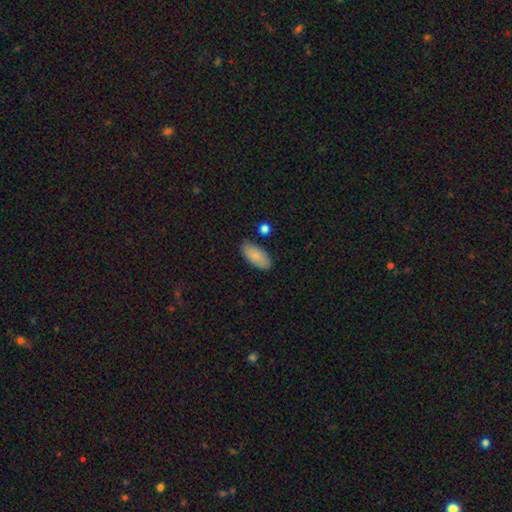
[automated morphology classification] A smooth galaxy with no disk features (85%) that is in between round and cigar-shaped (90%).

Vote fractions:
- Smooth or featured? smooth: 85% / featured or disk: 9% / star or artifact: 6%
- How rounded? in between: 90% / cigar-shaped: 7% / round: 2%
- Merging? none: 83% / minor disturbance: 12% / merger: 3% / major disturbance: 2%